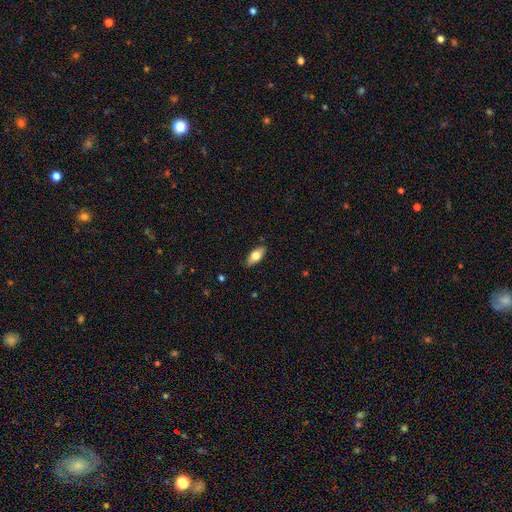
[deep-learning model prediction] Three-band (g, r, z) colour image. It shows a smooth galaxy with no disk features (71%) that is in between round and cigar-shaped (83%). Merging: none (87%).